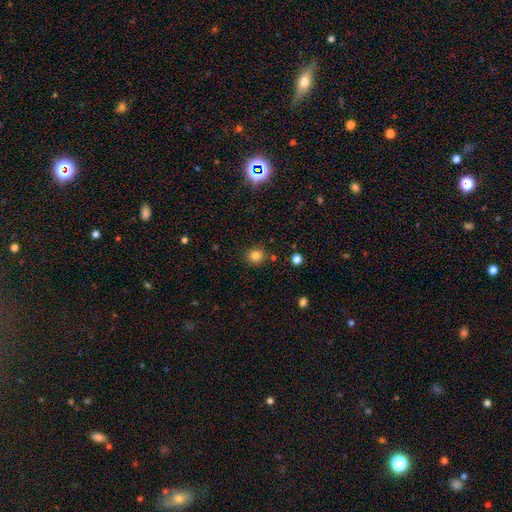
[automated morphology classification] smooth-or-featured: smooth: 82% | star or artifact: 13% | featured or disk: 6%
  how-rounded: round: 87% | in between: 12% | cigar-shaped: 1%
  merging: none: 85% | minor disturbance: 9% | merger: 4% | major disturbance: 2%